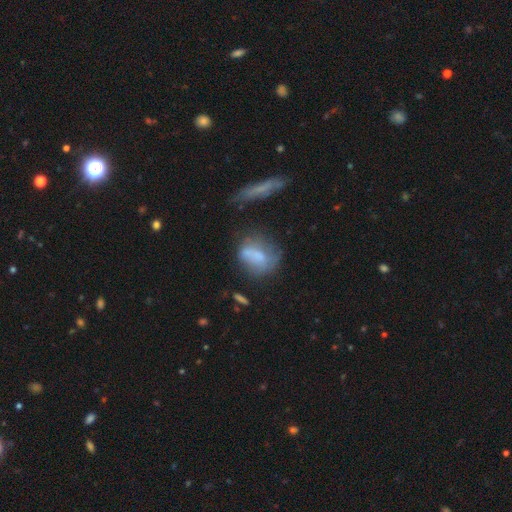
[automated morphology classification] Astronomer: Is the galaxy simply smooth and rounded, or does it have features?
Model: smooth — 61%.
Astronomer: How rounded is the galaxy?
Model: in between — 57% (runner-up: round, 37%).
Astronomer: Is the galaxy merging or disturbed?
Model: none — 42% (runner-up: minor disturbance, 27%).